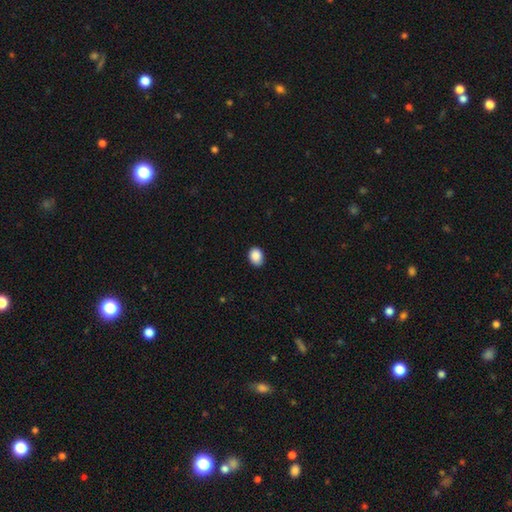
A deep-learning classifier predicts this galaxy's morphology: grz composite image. It shows a smooth galaxy with no disk features (89%) that is in between round and cigar-shaped (66%). Merging: none (84%).